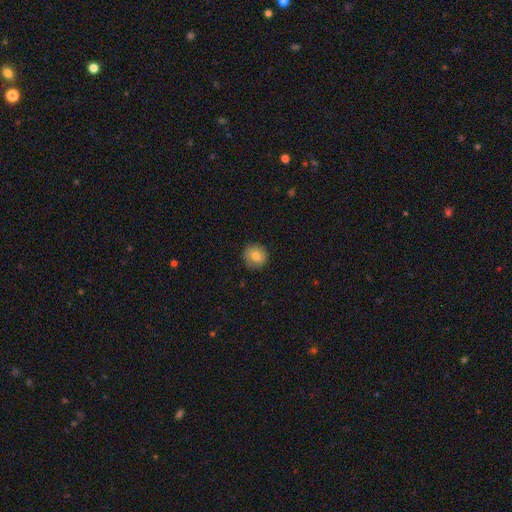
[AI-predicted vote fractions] Q: Smooth or featured?
A: smooth (82%); runner-up: featured or disk (9%)
Q: How rounded?
A: round (92%); runner-up: in between (7%)
Q: Merging?
A: none (89%); runner-up: minor disturbance (8%)